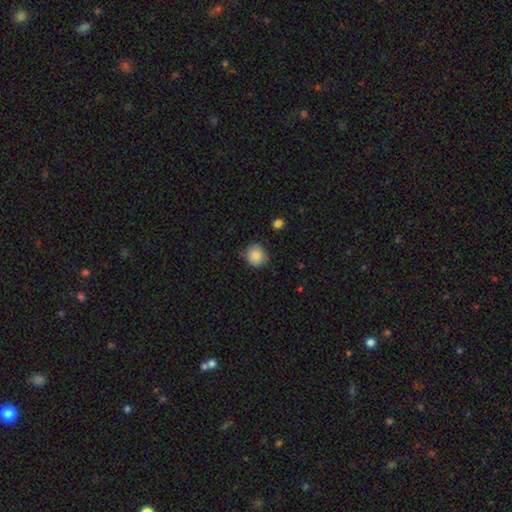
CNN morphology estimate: Smooth or featured?
  - smooth: 84% *
  - star or artifact: 9%
  - featured or disk: 7%
How rounded?
  - round: 85% *
  - in between: 14%
  - cigar-shaped: 1%
Merging?
  - none: 80% *
  - minor disturbance: 16%
  - major disturbance: 3%
  - merger: 1%